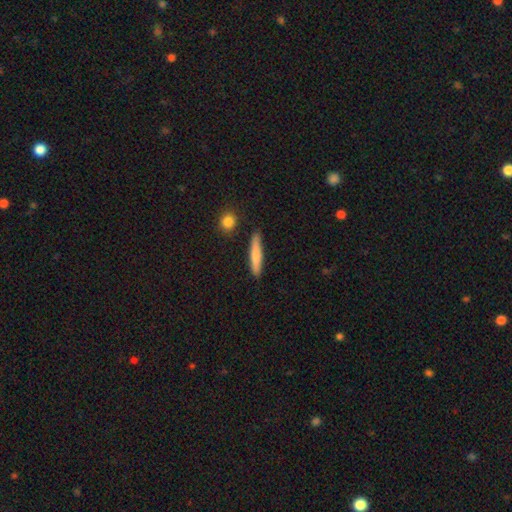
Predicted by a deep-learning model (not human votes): smooth-or-featured: smooth: 78% | featured or disk: 16% | star or artifact: 6%
  how-rounded: cigar-shaped: 88% | in between: 10% | round: 2%
  merging: none: 85% | minor disturbance: 10% | merger: 3% | major disturbance: 2%